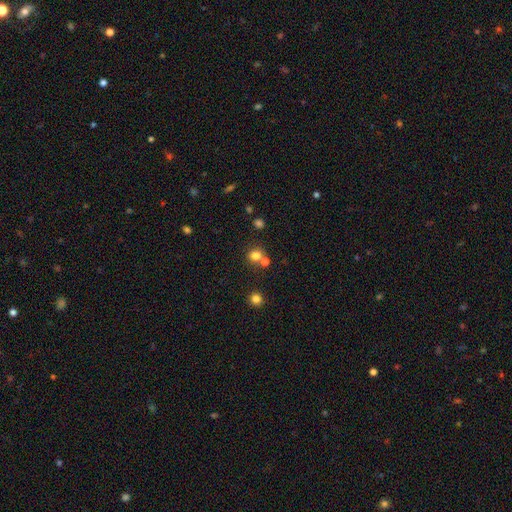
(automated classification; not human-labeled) This is likely a smooth galaxy (77%). How rounded: likely round (79%). Merging: likely none (62%).